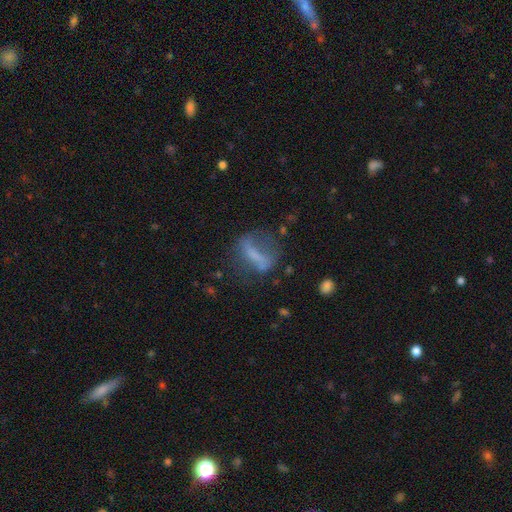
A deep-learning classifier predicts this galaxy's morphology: The model was most divided on "smooth or featured": smooth: 45%, featured or disk: 41%, star or artifact: 14%. Remaining: merging — none (41%).